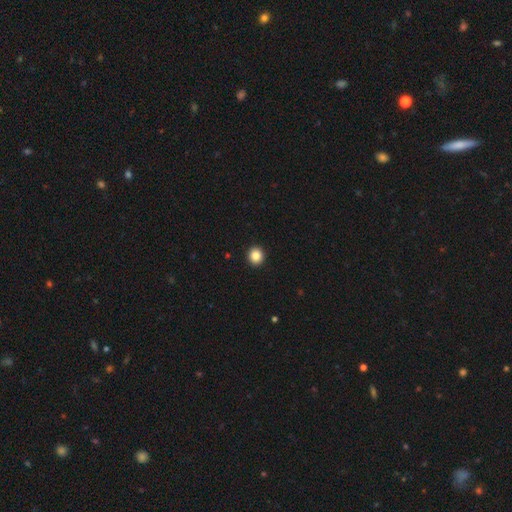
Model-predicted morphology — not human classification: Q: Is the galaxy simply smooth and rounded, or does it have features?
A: smooth — 86%.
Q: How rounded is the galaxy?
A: round — 90%.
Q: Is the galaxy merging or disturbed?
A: none — 94%.